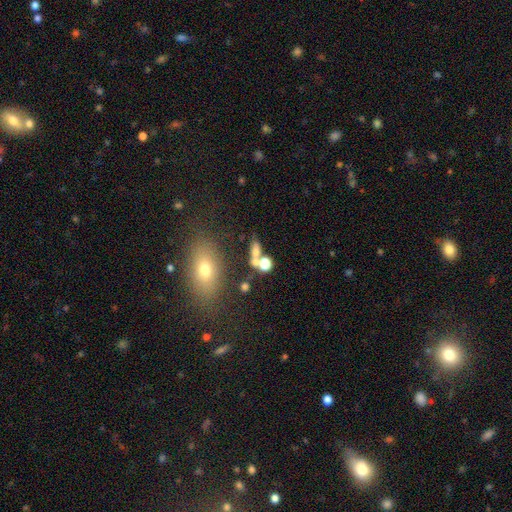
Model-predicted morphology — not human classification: smooth 64%, featured or disk 19%, star or artifact 18%. Down the decision tree: how rounded — in between (50%); merging — merger (41%).